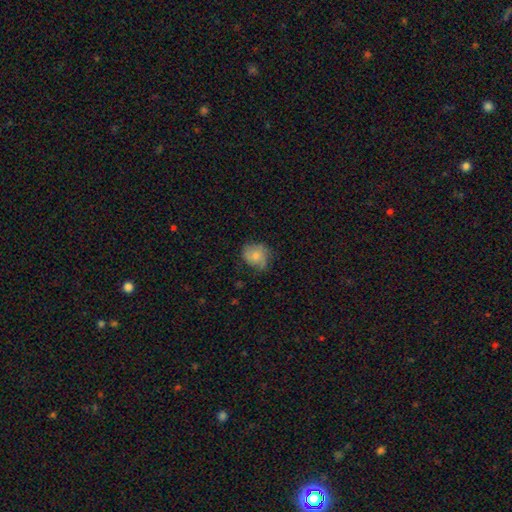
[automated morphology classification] A smooth galaxy with no disk features (63%) that is round (70%).

Vote fractions:
- Smooth or featured? smooth: 63% / featured or disk: 29% / star or artifact: 8%
- How rounded? round: 70% / in between: 30% / cigar-shaped: 1%
- Merging? none: 59% / minor disturbance: 29% / major disturbance: 11% / merger: 1%